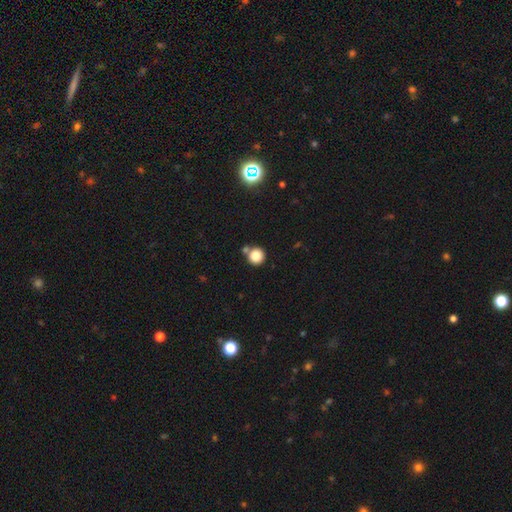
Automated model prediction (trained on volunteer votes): A smooth galaxy with no disk features (84%) that is round (94%).

Vote fractions:
- Smooth or featured? smooth: 84% / star or artifact: 11% / featured or disk: 5%
- How rounded? round: 94% / in between: 5% / cigar-shaped: 1%
- Merging? none: 69% / merger: 19% / minor disturbance: 8% / major disturbance: 3%